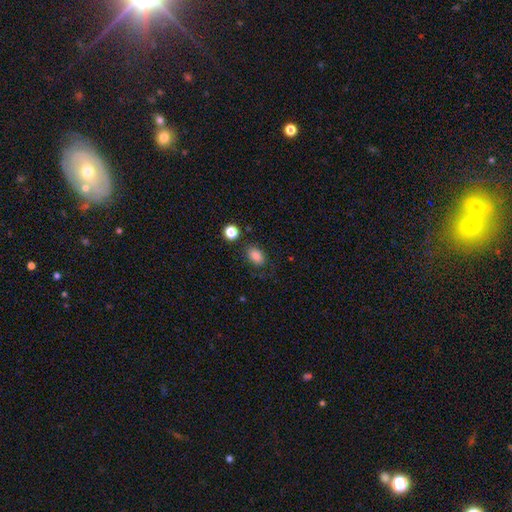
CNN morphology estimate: Q: Smooth or featured?
A: smooth (84%); runner-up: star or artifact (10%)
Q: How rounded?
A: in between (80%); runner-up: round (18%)
Q: Merging?
A: none (75%); runner-up: minor disturbance (15%)